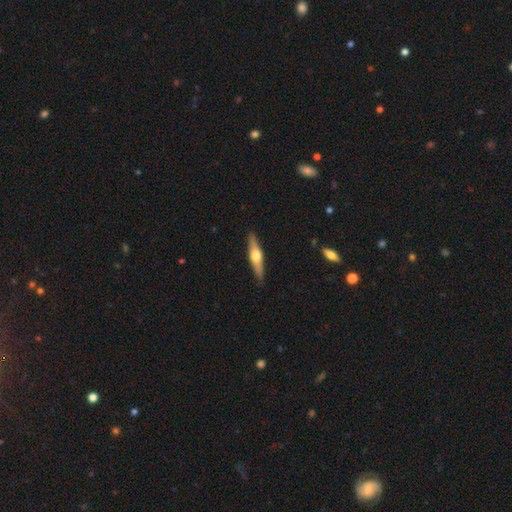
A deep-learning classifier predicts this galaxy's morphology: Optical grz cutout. It shows a featured or disk galaxy (61%) viewed edge-on (95%) with a rounded central bulge (94%). Merging: none (89%).